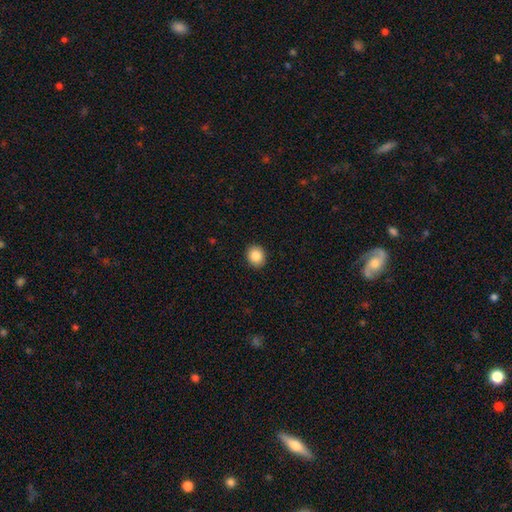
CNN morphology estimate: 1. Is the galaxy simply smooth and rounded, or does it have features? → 85% smooth, 9% star or artifact, 6% featured or disk.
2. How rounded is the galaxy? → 75% round, 24% in between, 1% cigar-shaped.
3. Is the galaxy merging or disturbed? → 92% none, 6% minor disturbance, 2% major disturbance, 1% merger.